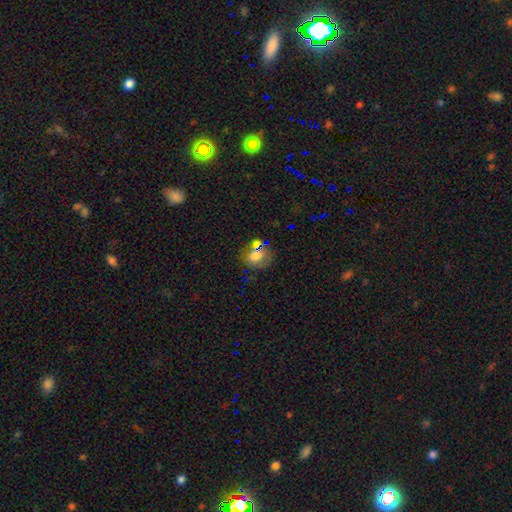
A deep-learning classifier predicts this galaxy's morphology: smooth_or_featured: smooth (p=0.58) [alt: featured or disk p=0.25]
how_rounded: in between (p=0.50) [alt: round p=0.48]
merging: none (p=0.58) [alt: minor disturbance p=0.20]